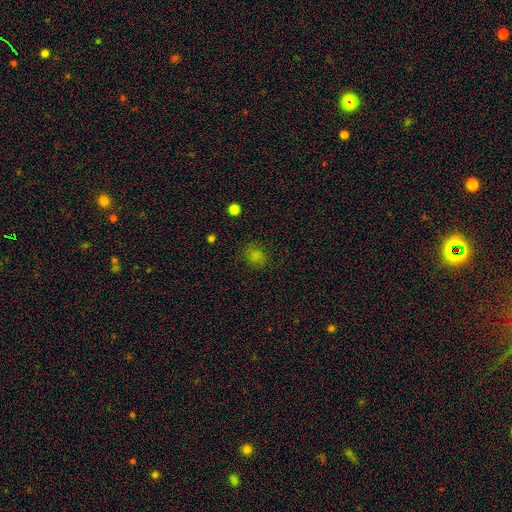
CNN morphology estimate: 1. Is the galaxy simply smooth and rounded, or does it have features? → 74% smooth, 20% star or artifact, 6% featured or disk.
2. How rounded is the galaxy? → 63% round, 36% in between, 1% cigar-shaped.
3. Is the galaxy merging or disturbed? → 76% none, 17% minor disturbance, 6% major disturbance, 2% merger.